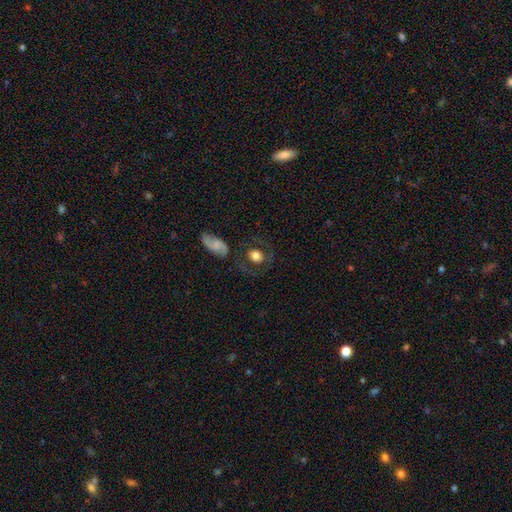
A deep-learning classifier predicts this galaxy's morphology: type=smooth (64%); roundness=round (60%); merging=none (70%).